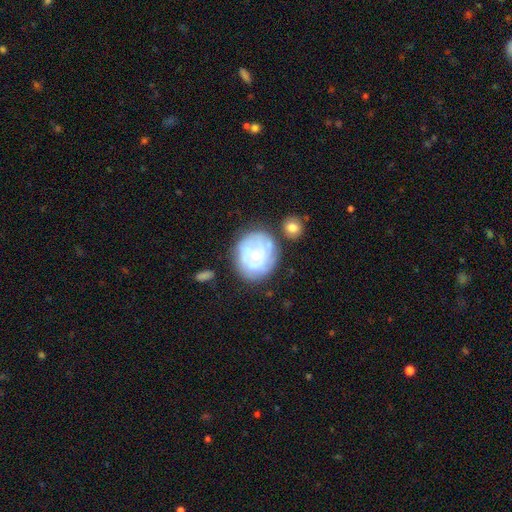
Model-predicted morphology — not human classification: featured or disk 64%, smooth 29%, star or artifact 7%. Down the decision tree: edge-on disk — no (97%); bar — no (78%); spiral arms — yes (61%); bulge size — small (67%); merging — none (61%).